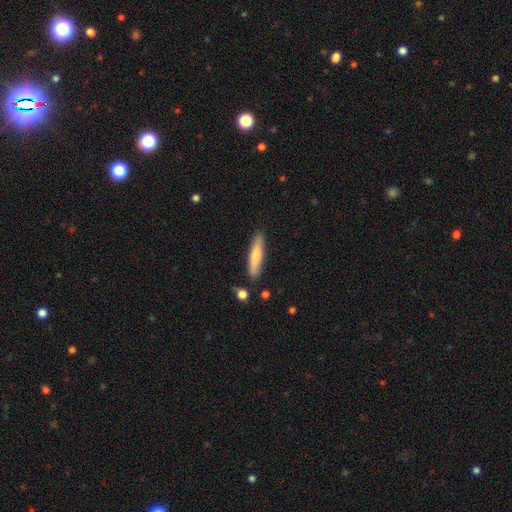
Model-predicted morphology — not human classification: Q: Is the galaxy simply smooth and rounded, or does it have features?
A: smooth — 66%.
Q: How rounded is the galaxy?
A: cigar-shaped — 85%.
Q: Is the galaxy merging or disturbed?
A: none — 86%.